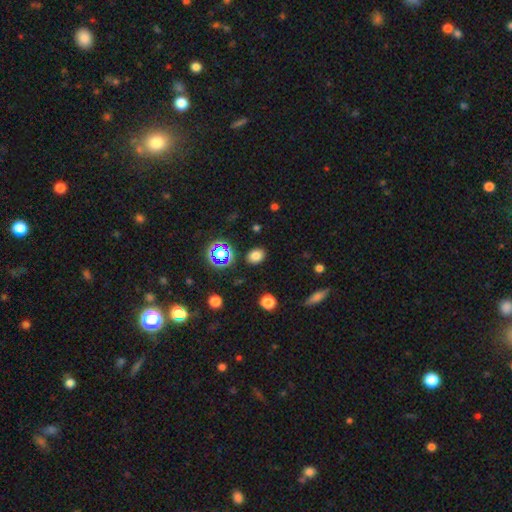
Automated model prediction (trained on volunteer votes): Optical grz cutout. It shows a smooth galaxy with no disk features (76%) that is in between round and cigar-shaped (56%). Merging: none (86%).